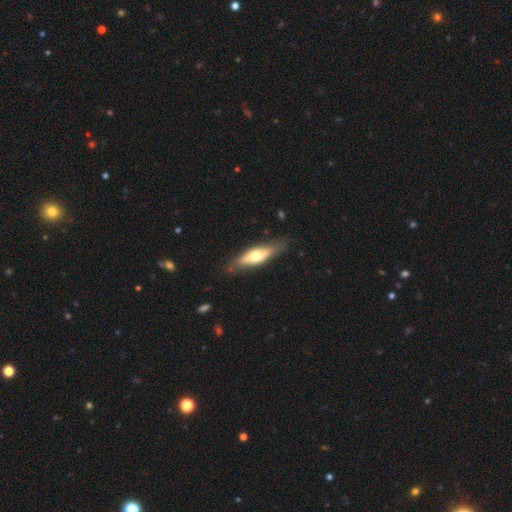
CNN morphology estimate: Overall: smooth (51%; featured or disk 43%). How rounded: cigar-shaped (51%; in between 47%). Merging: none (77%).